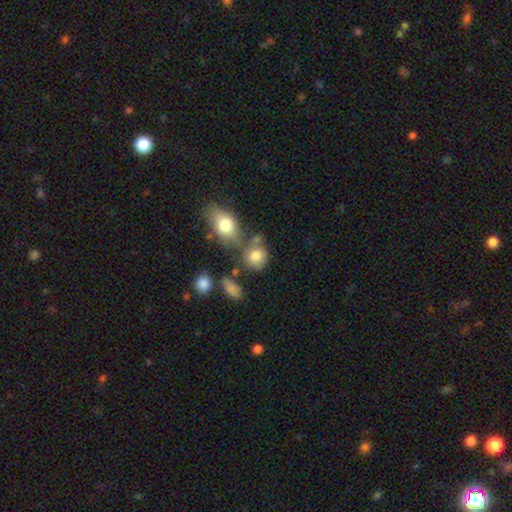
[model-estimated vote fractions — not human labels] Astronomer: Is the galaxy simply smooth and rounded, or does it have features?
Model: smooth — 79%.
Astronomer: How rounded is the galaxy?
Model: round — 70%.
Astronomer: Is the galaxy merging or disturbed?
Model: none — 50% (runner-up: merger, 29%).